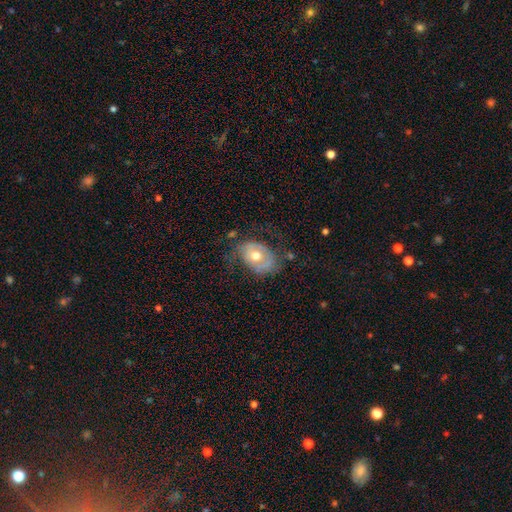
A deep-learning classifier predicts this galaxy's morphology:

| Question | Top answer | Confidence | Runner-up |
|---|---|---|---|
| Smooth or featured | featured or disk | 52% | smooth (41%) |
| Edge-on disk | no | 94% | yes (6%) |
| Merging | none | 53% | minor disturbance (27%) |